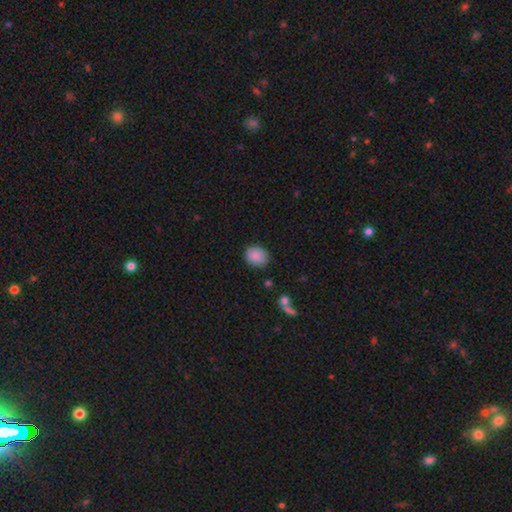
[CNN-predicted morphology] Q: Smooth or featured?
A: smooth (88%); runner-up: star or artifact (8%)
Q: How rounded?
A: round (55%); runner-up: in between (44%)
Q: Merging?
A: none (82%); runner-up: minor disturbance (13%)